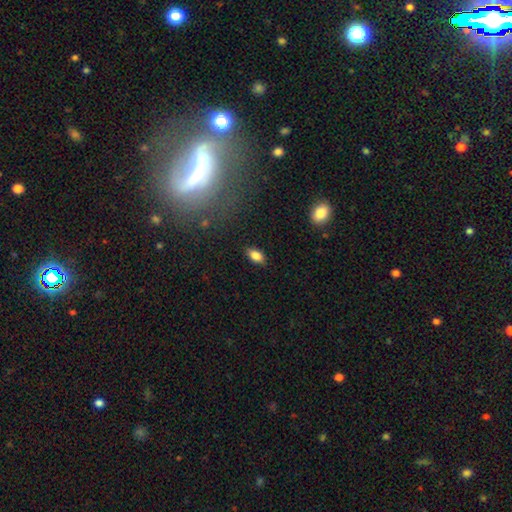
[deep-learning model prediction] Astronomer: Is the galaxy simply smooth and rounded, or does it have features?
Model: smooth — 83%.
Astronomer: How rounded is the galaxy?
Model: in between — 90%.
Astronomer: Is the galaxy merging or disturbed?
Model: none — 86%.